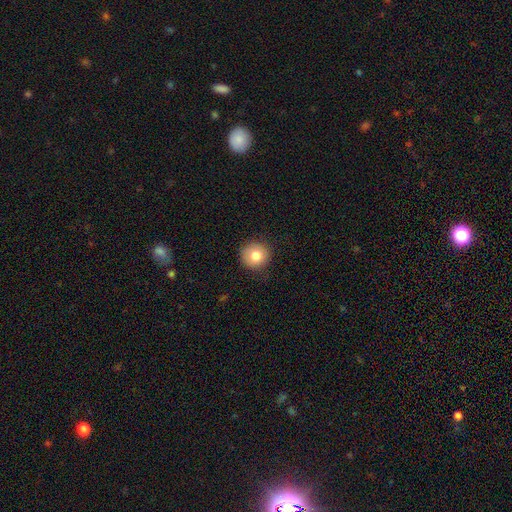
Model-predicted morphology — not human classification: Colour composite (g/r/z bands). It shows a smooth galaxy with no disk features (81%) that is round (93%). Merging: none (88%).